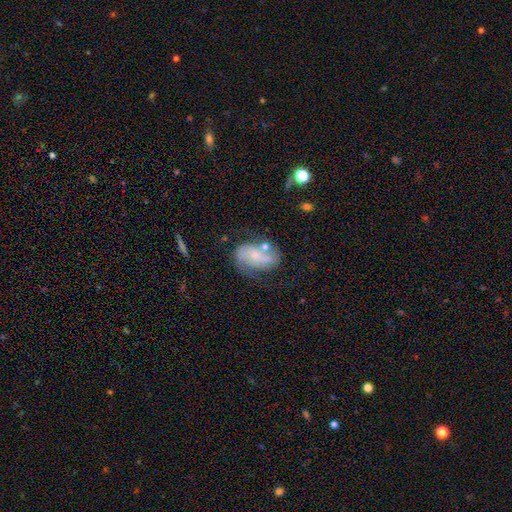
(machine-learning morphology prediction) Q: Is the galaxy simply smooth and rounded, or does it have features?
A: featured or disk — 64%.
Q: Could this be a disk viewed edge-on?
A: no — 96%.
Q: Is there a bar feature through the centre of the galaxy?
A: no — 55%.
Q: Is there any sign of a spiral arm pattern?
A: yes — 85%.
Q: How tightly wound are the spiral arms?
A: medium — 41%, tied with loose.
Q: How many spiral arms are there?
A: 2 — 80%.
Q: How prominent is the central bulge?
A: small — 54%.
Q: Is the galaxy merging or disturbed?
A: none — 49%.